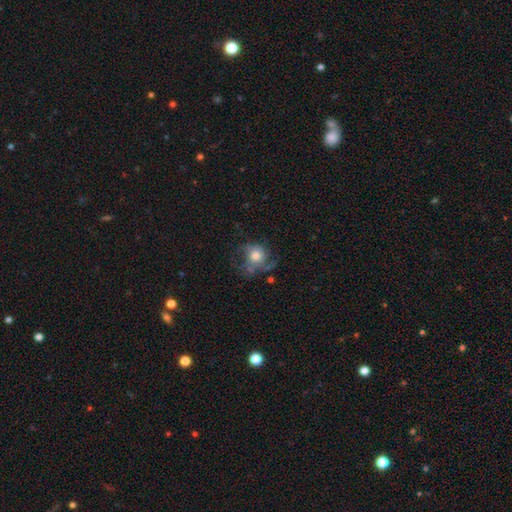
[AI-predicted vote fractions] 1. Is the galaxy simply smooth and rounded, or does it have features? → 49% smooth, 41% featured or disk, 9% star or artifact.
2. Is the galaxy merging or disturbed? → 42% none, 32% major disturbance, 23% minor disturbance, 3% merger.